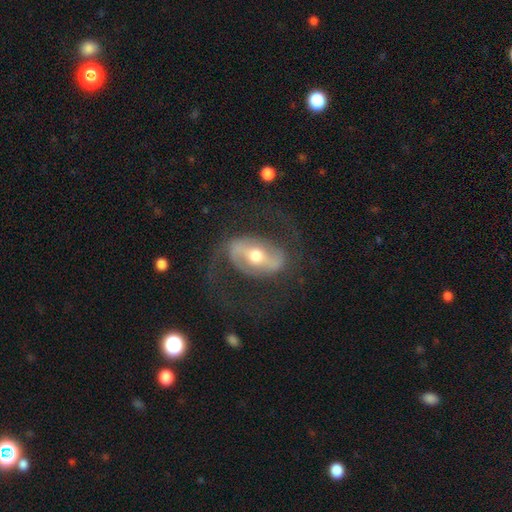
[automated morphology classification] smooth_or_featured: featured or disk (p=0.84) [alt: smooth p=0.11]
disk_edge_on: no (p=0.95) [alt: yes p=0.05]
bar: strong (p=0.53) [alt: weak p=0.32]
has_spiral_arms: yes (p=0.86) [alt: no p=0.14]
spiral_winding: medium (p=0.49) [alt: loose p=0.35]
spiral_arm_count: 2 (p=0.90) [alt: can't tell p=0.05]
bulge_size: moderate (p=0.71) [alt: small p=0.18]
merging: none (p=0.70) [alt: major disturbance p=0.16]